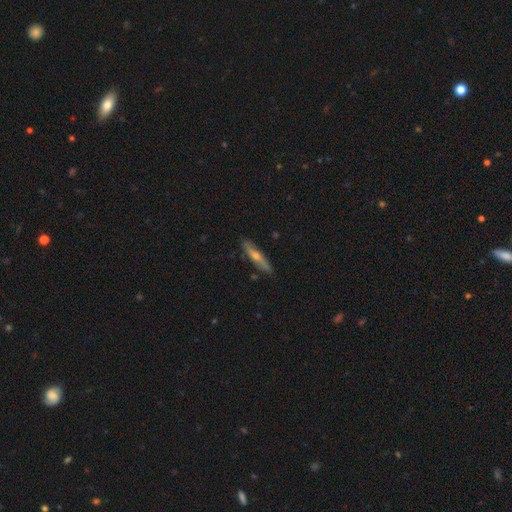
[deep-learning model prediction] Smooth or featured? Predicted: featured or disk (p=0.60). Edge-on disk? Predicted: yes (p=0.88). Edge-on bulge? Predicted: rounded (p=0.86). Merging? Predicted: none (p=0.85).